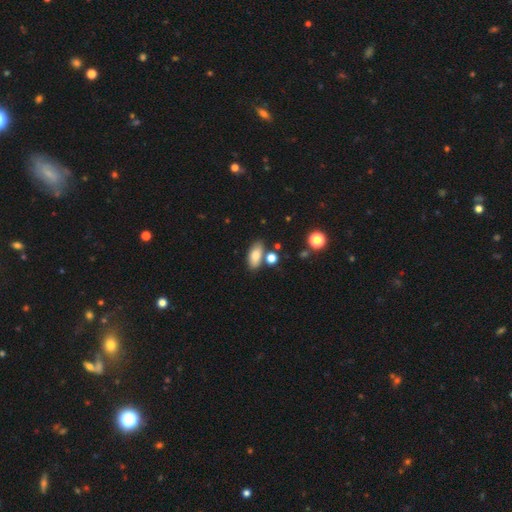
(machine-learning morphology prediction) A smooth galaxy with no disk features (80%) that is in between round and cigar-shaped (86%).

Vote fractions:
- Smooth or featured? smooth: 80% / featured or disk: 12% / star or artifact: 9%
- How rounded? in between: 86% / cigar-shaped: 8% / round: 6%
- Merging? none: 71% / minor disturbance: 13% / merger: 12% / major disturbance: 4%